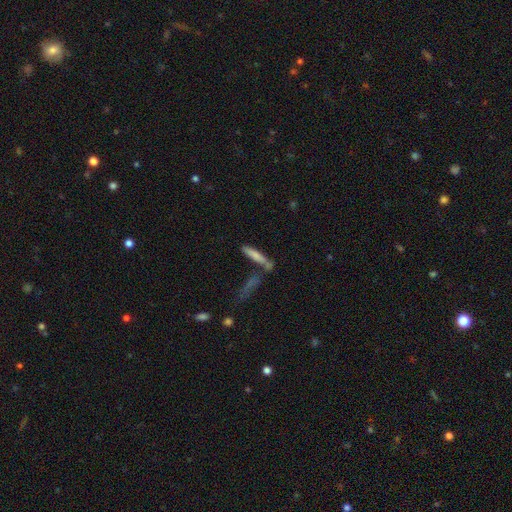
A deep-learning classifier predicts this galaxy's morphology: Smooth or featured? smooth (68%)
How rounded? cigar-shaped (82%)
Merging? none (53%)